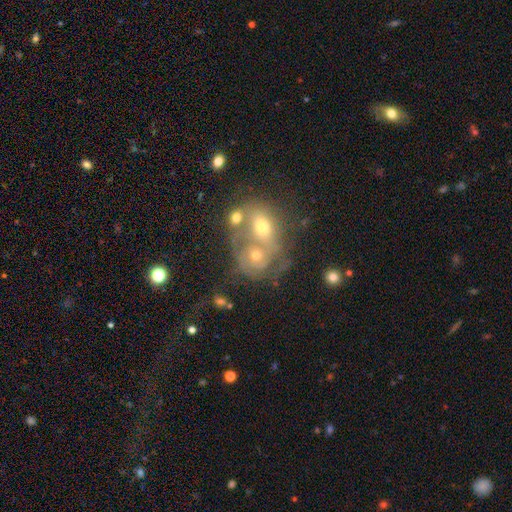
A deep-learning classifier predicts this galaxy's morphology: Q: Smooth or featured?
A: featured or disk (50%); runner-up: smooth (36%)
Q: Edge-on disk?
A: no (96%); runner-up: yes (4%)
Q: Merging?
A: merger (64%); runner-up: none (19%)